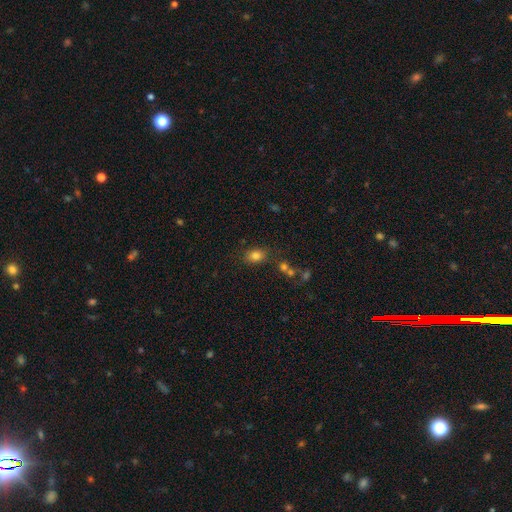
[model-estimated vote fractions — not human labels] Smooth or featured: smooth — 80% (star or artifact — 13%)
How rounded: in between — 65% (round — 34%)
Merging: none — 75% (minor disturbance — 13%)